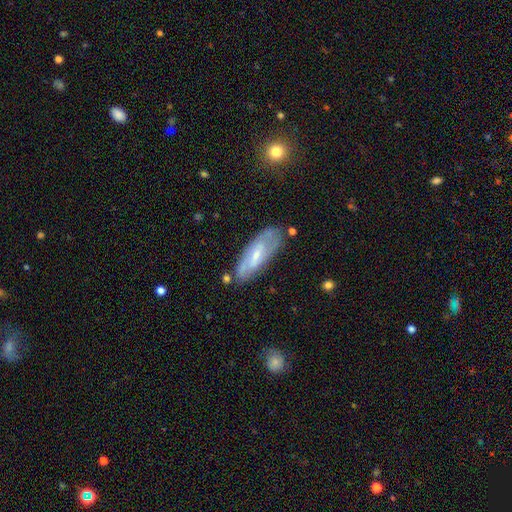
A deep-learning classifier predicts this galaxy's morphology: Overall: featured or disk (60%; smooth 33%). Edge-on disk: no (79%). Merging: none (72%).